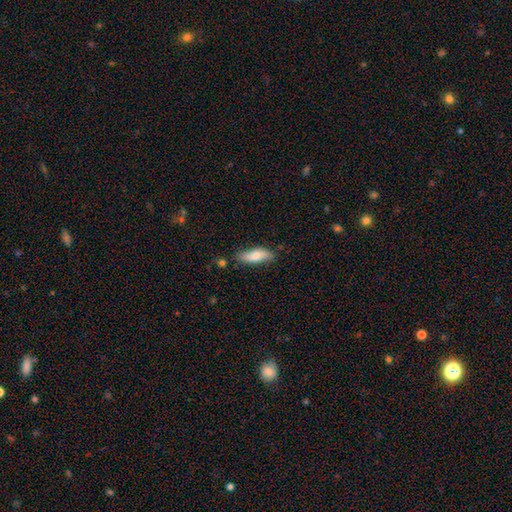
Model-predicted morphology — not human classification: A smooth galaxy with no disk features (74%) that is in between round and cigar-shaped (63%).

Vote fractions:
- Smooth or featured? smooth: 74% / featured or disk: 20% / star or artifact: 6%
- How rounded? in between: 63% / cigar-shaped: 34% / round: 2%
- Merging? none: 77% / minor disturbance: 17% / major disturbance: 3% / merger: 3%